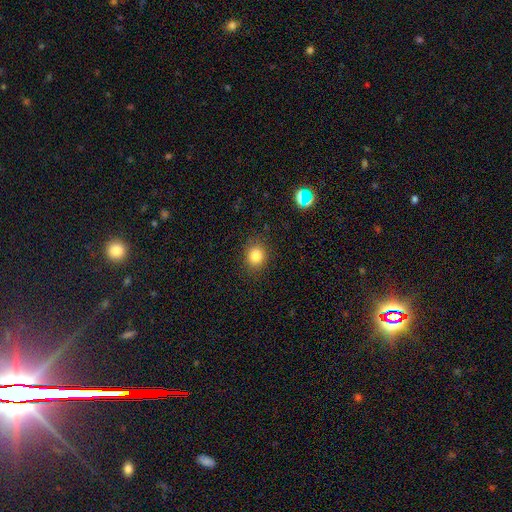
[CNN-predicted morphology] A smooth galaxy with no disk features (82%) that is round (70%). Merging: none (87%).